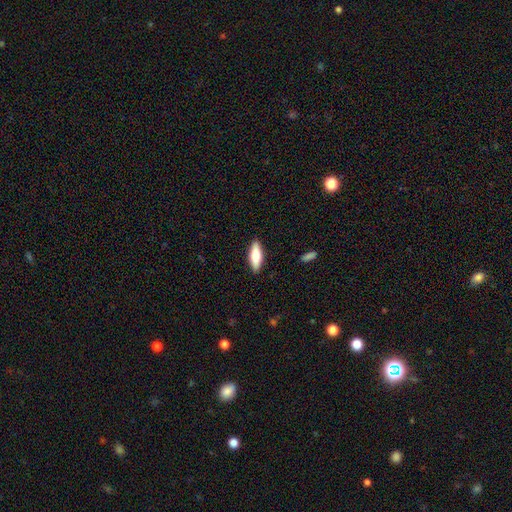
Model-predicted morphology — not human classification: This appears to be a smooth galaxy with no disk features (74%) that is in between round and cigar-shaped (60%). Merging: none (89%).